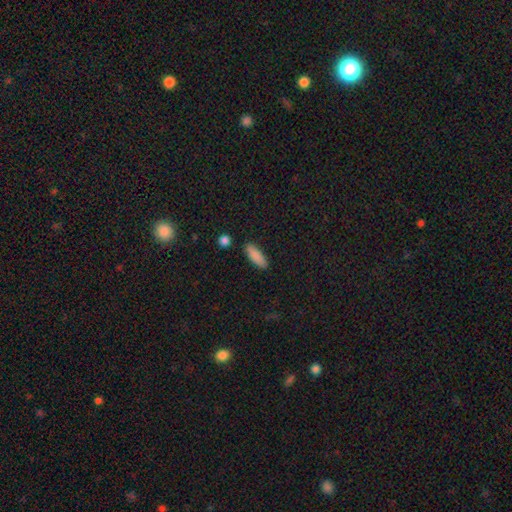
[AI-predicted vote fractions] Smooth or featured: smooth — 88% (star or artifact — 7%)
How rounded: in between — 57% (cigar-shaped — 41%)
Merging: none — 86% (minor disturbance — 9%)